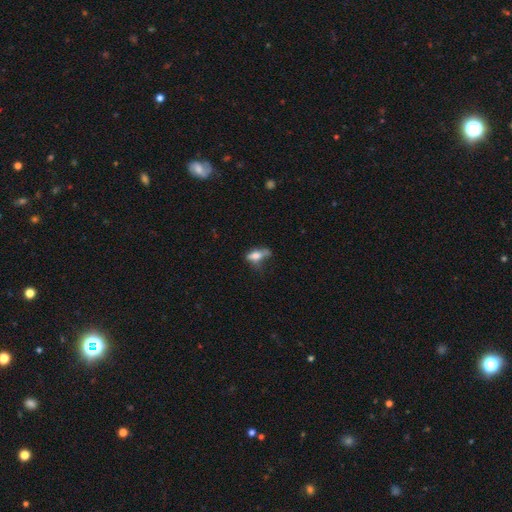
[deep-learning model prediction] smooth-or-featured: smooth: 60% | featured or disk: 29% | star or artifact: 11%
  how-rounded: in between: 73% | cigar-shaped: 21% | round: 6%
  merging: major disturbance: 32% | none: 31% | minor disturbance: 29% | merger: 8%